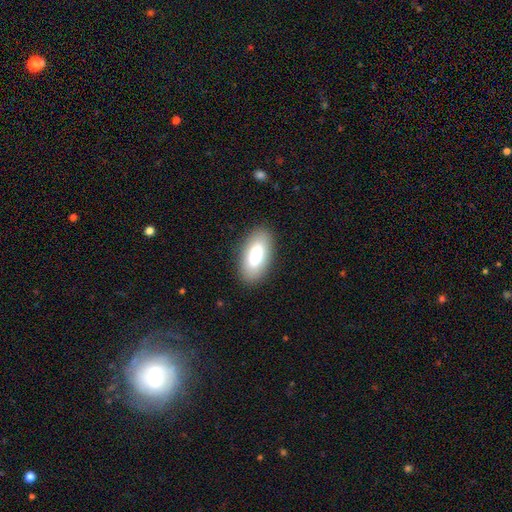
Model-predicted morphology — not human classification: Smooth or featured: smooth — 78% (featured or disk — 15%)
How rounded: in between — 92% (cigar-shaped — 6%)
Merging: none — 88% (minor disturbance — 8%)